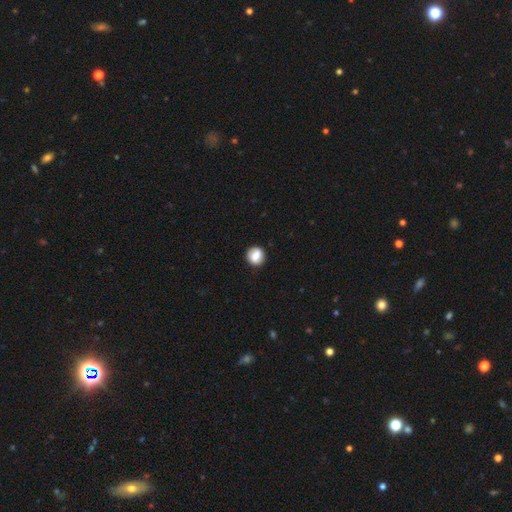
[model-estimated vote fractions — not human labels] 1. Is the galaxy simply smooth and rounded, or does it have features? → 76% smooth, 15% featured or disk, 9% star or artifact.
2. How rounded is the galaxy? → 79% round, 20% in between, 1% cigar-shaped.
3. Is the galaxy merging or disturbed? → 86% none, 10% minor disturbance, 3% major disturbance, 1% merger.